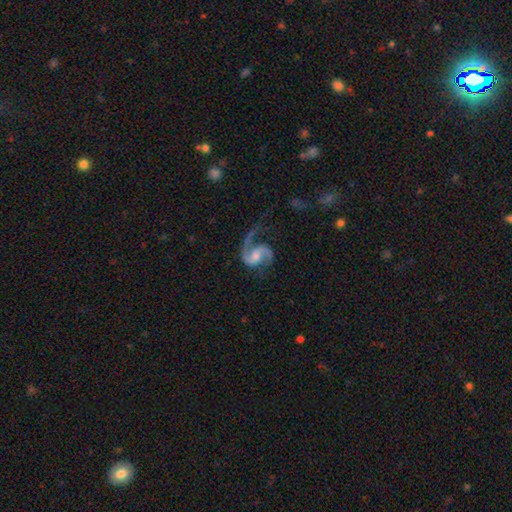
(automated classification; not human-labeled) Overall: featured or disk (90%). Edge-on disk: no (98%). Bar: no (46%; weak 42%). Spiral arms: yes (98%). Spiral arm count: 2 (82%). Spiral winding: medium (48%; loose 41%). Bulge size: moderate (43%; small 34%). Merging: none (55%; major disturbance 25%).